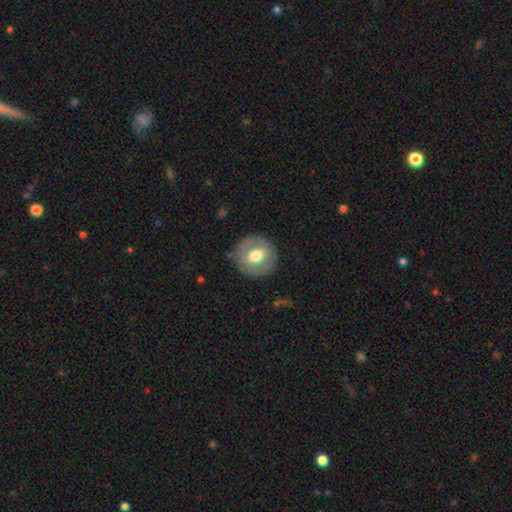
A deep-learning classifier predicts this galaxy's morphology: Smooth or featured: smooth — 56% (featured or disk — 37%)
How rounded: round — 90% (in between — 9%)
Merging: none — 83% (minor disturbance — 11%)